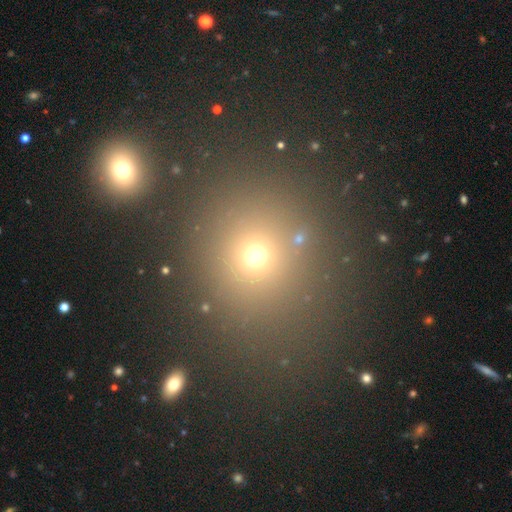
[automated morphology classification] This appears to be a smooth galaxy with no disk features (65%) that is round (82%). Merging: none (79%).